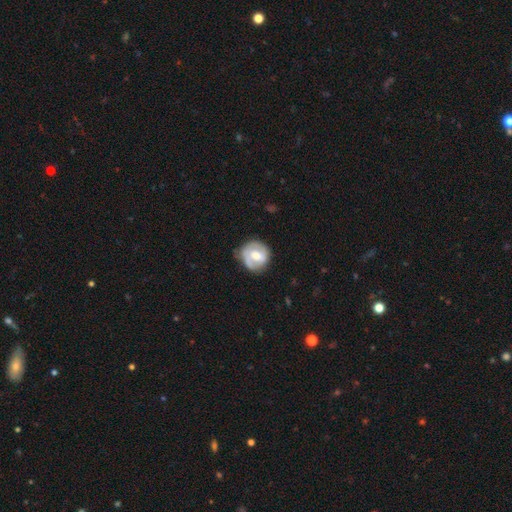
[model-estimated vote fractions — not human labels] smooth_or_featured: featured or disk (p=0.57) [alt: smooth p=0.37]
disk_edge_on: no (p=0.97) [alt: yes p=0.03]
bar: weak (p=0.46) [alt: no p=0.35]
has_spiral_arms: yes (p=0.66) [alt: no p=0.34]
bulge_size: moderate (p=0.62) [alt: small p=0.19]
merging: none (p=0.64) [alt: minor disturbance p=0.25]